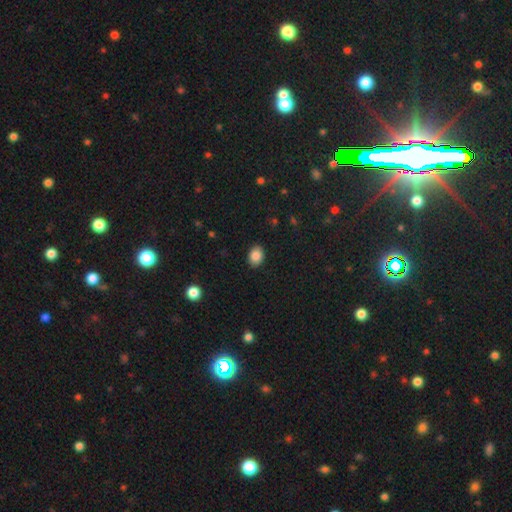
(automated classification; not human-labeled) smooth_or_featured: smooth (p=0.88) [alt: star or artifact p=0.08]
how_rounded: in between (p=0.68) [alt: round p=0.31]
merging: none (p=0.89) [alt: minor disturbance p=0.08]